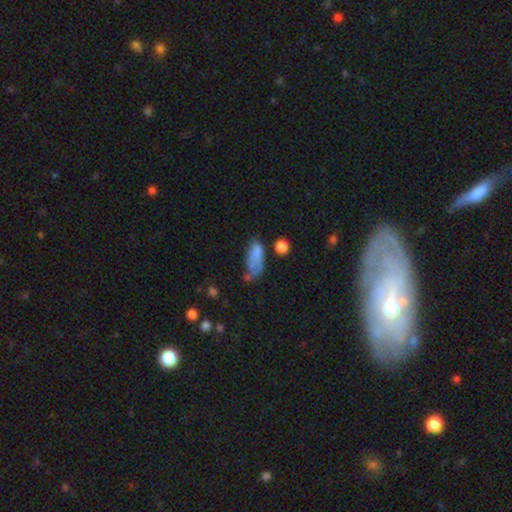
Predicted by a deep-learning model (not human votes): Q: Smooth or featured?
A: smooth (74%); runner-up: featured or disk (16%)
Q: How rounded?
A: in between (80%); runner-up: cigar-shaped (17%)
Q: Merging?
A: none (34%); runner-up: minor disturbance (32%)